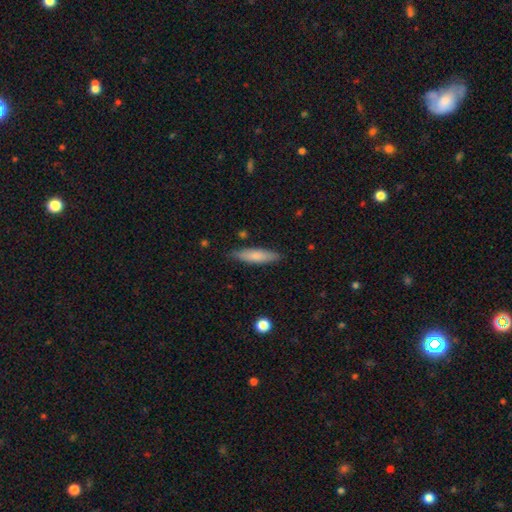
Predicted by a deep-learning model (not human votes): smooth 76%, featured or disk 18%, star or artifact 6%. Down the decision tree: how rounded — cigar-shaped (72%); merging — none (85%).